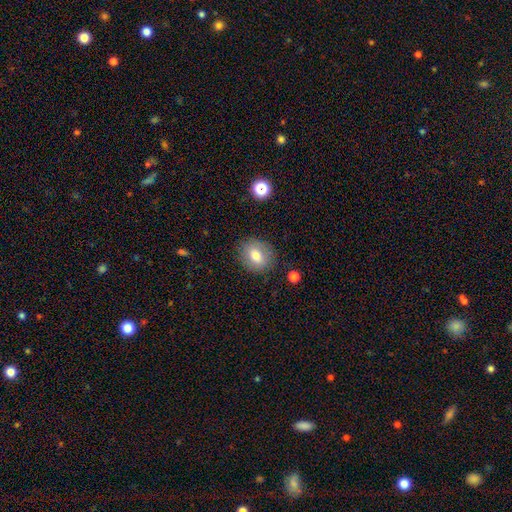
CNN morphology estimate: Overall: smooth (73%). How rounded: round (62%; in between 36%). Merging: none (84%).